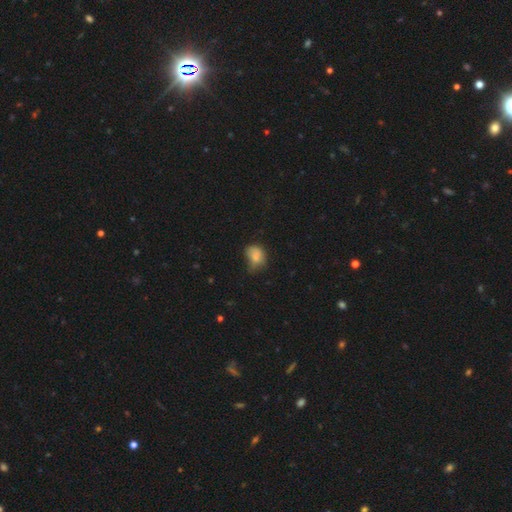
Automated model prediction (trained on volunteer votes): Smooth or featured?
  - smooth: 80% *
  - star or artifact: 10%
  - featured or disk: 9%
How rounded?
  - in between: 61% *
  - round: 38%
  - cigar-shaped: 1%
Merging?
  - none: 42% *
  - minor disturbance: 39%
  - major disturbance: 16%
  - merger: 3%